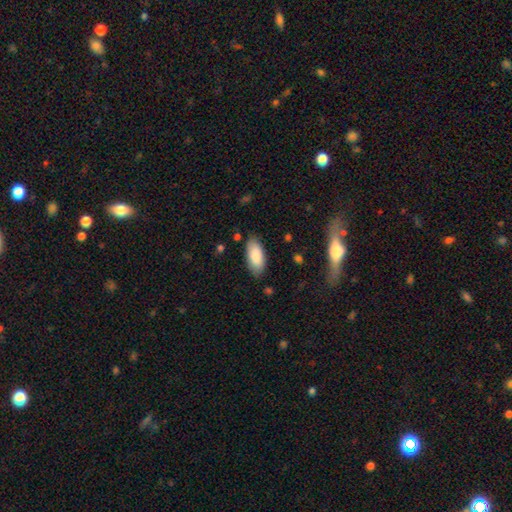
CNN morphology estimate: A smooth galaxy with no disk features (87%) that is in between round and cigar-shaped (90%). Merging: none (83%).